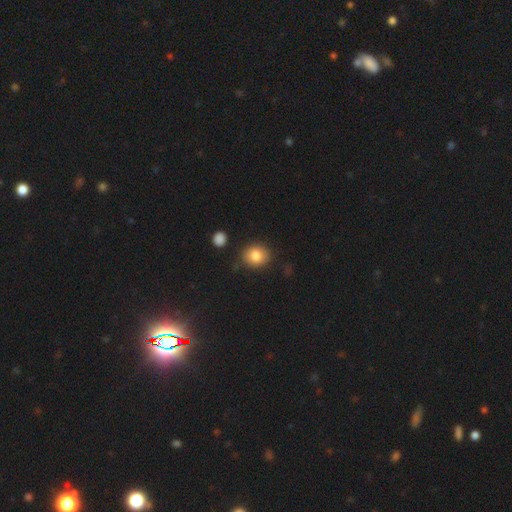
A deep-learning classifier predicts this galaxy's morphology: Smooth or featured? smooth (82%)
How rounded? round (73%)
Merging? none (83%)